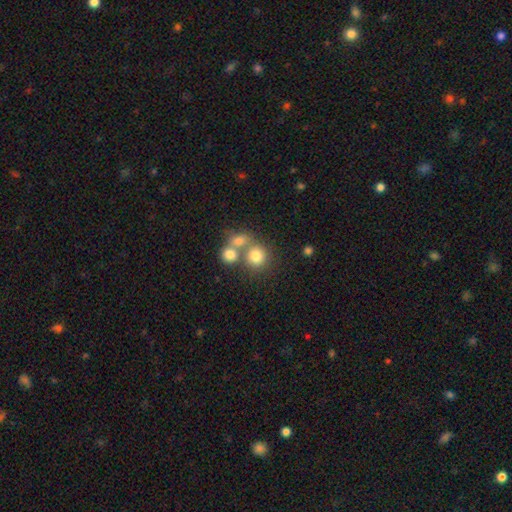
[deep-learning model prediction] smooth 76%, star or artifact 12%, featured or disk 12%. Down the decision tree: how rounded — round (84%); merging — none (51%).